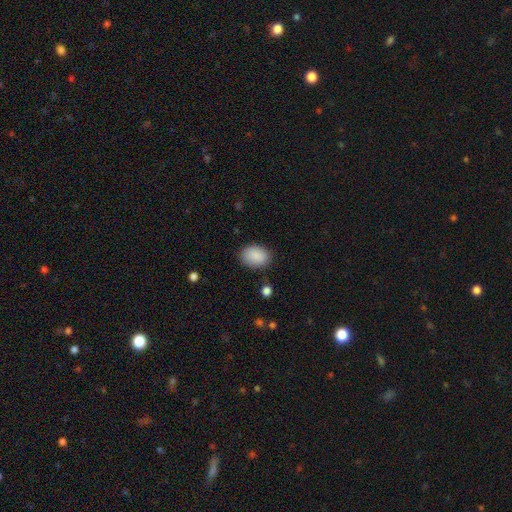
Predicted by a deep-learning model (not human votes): This appears to be a smooth galaxy with no disk features (89%) that is in between round and cigar-shaped (76%). Merging: none (84%).